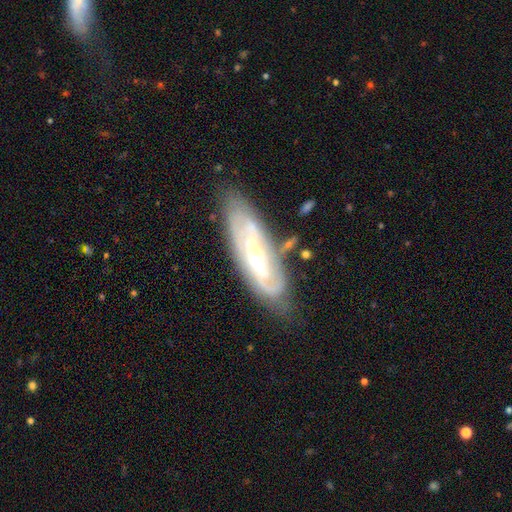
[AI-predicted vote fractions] smooth_or_featured: featured or disk (p=0.77) [alt: smooth p=0.17]
disk_edge_on: no (p=0.82) [alt: yes p=0.18]
bar: weak (p=0.40) [alt: no p=0.31]
has_spiral_arms: yes (p=0.85) [alt: no p=0.15]
spiral_winding: tight (p=0.54) [alt: medium p=0.34]
spiral_arm_count: can't tell (p=0.42) [alt: 2 p=0.39]
bulge_size: moderate (p=0.48) [alt: small p=0.41]
merging: none (p=0.68) [alt: minor disturbance p=0.20]